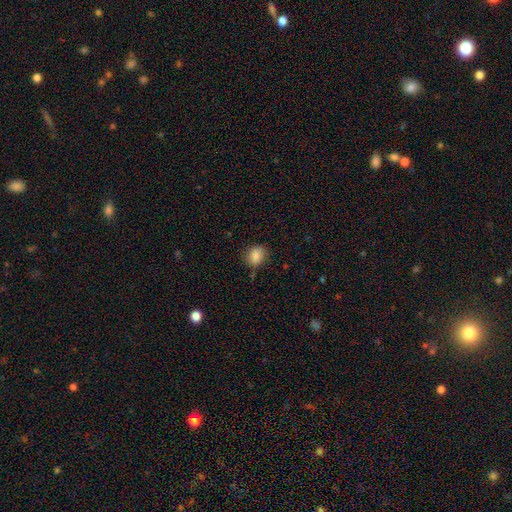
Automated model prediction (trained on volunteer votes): Smooth or featured? Predicted: smooth (p=0.85). How rounded? Predicted: round (p=0.53). Merging? Predicted: none (p=0.76).